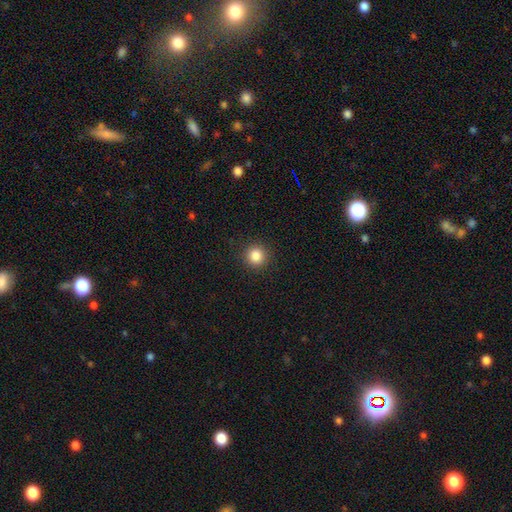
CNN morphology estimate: Q: Smooth or featured?
A: smooth (85%); runner-up: star or artifact (11%)
Q: How rounded?
A: round (94%); runner-up: in between (5%)
Q: Merging?
A: none (92%); runner-up: minor disturbance (5%)